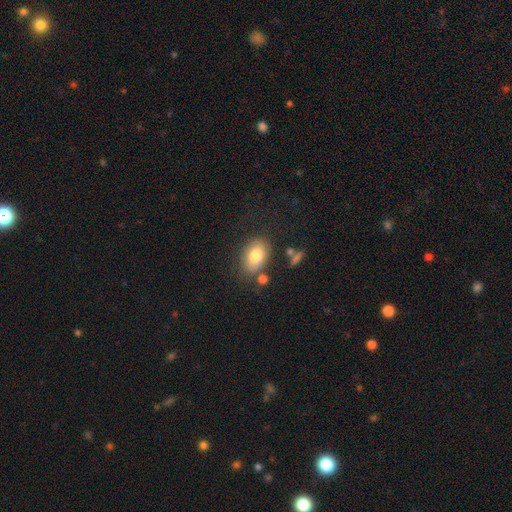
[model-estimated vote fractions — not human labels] Smooth or featured? Predicted: smooth (p=0.79). How rounded? Predicted: in between (p=0.86). Merging? Predicted: none (p=0.74).